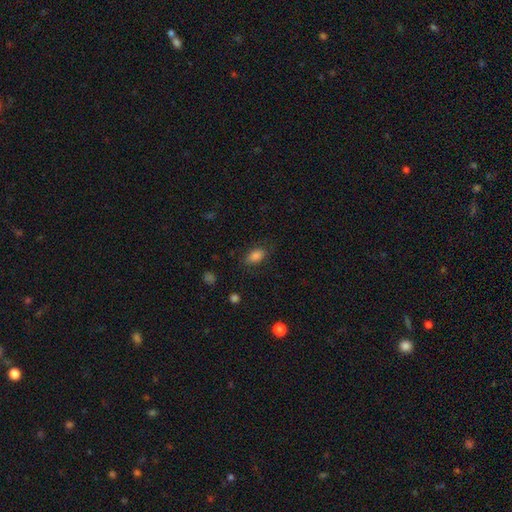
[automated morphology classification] This appears to be a smooth galaxy with no disk features (84%) that is in between round and cigar-shaped (88%). Merging: none (79%).